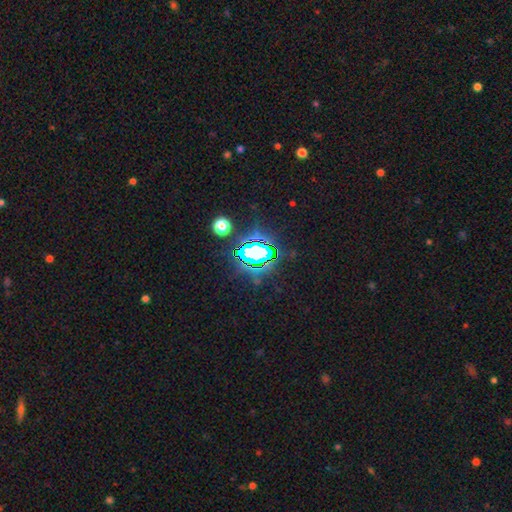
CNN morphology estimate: This is likely a star or artifact rather than a galaxy (73%).